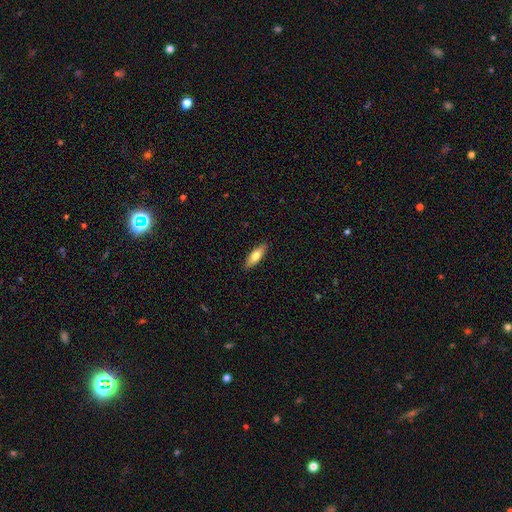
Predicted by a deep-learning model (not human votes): A smooth galaxy with no disk features (68%) that is in between round and cigar-shaped (52%).

Vote fractions:
- Smooth or featured? smooth: 68% / featured or disk: 26% / star or artifact: 6%
- How rounded? in between: 52% / cigar-shaped: 46% / round: 2%
- Merging? none: 89% / minor disturbance: 8% / major disturbance: 2% / merger: 1%